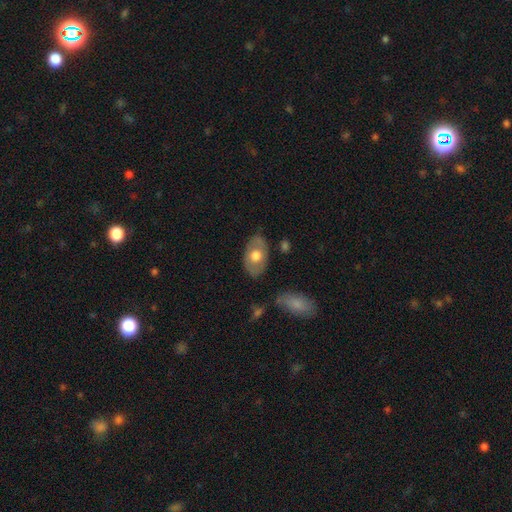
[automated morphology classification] This appears to be a smooth galaxy with no disk features (55%) that is in between round and cigar-shaped (86%). Merging: none (80%).